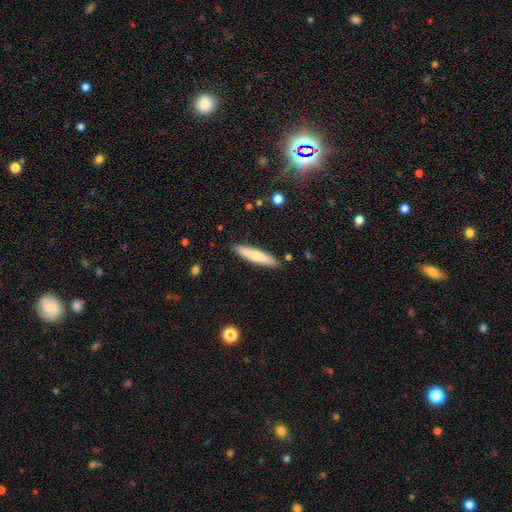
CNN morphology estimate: Smooth or featured? smooth (73%)
How rounded? cigar-shaped (87%)
Merging? none (89%)